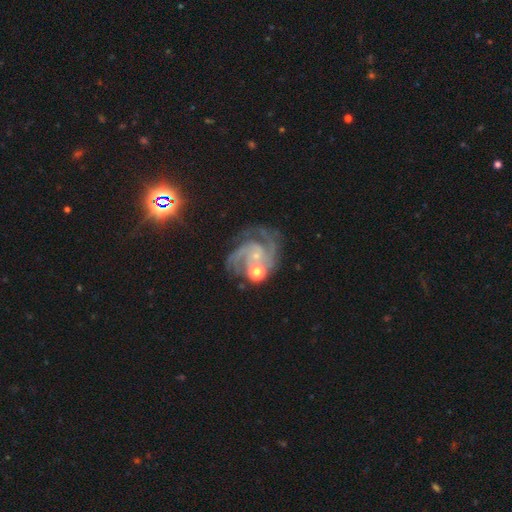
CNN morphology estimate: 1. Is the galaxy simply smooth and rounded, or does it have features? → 87% featured or disk, 7% star or artifact, 5% smooth.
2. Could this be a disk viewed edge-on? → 98% no, 2% yes.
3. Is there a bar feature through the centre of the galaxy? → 66% no, 28% weak, 6% strong.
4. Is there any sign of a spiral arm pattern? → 97% yes, 3% no.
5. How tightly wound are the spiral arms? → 47% medium, 44% tight, 10% loose.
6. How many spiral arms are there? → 49% 2, 25% 3, 11% can't tell, 5% 4, 5% 1, 4% more than 4.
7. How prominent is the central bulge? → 68% small, 21% moderate, 9% none, 2% large, 1% dominant.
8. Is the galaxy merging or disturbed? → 58% none, 18% minor disturbance, 13% major disturbance, 11% merger.